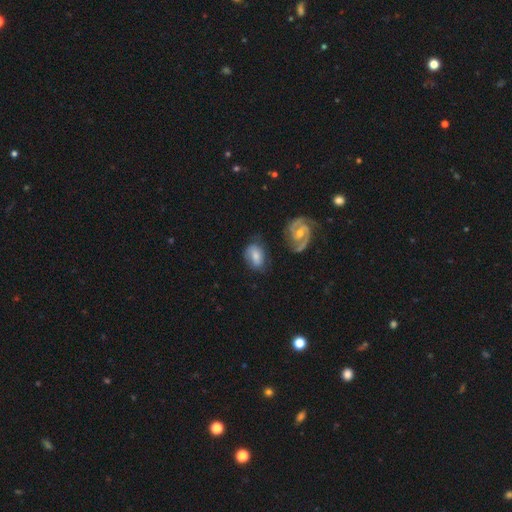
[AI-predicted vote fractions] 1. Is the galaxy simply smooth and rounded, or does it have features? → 52% smooth, 39% featured or disk, 9% star or artifact.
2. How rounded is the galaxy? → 80% in between, 18% round, 2% cigar-shaped.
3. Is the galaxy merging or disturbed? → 60% none, 24% minor disturbance, 9% major disturbance, 7% merger.